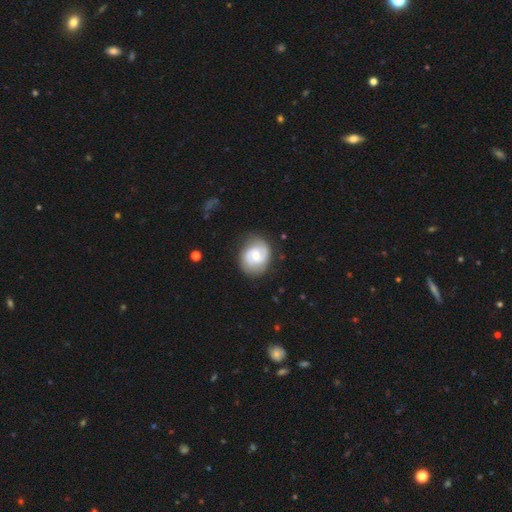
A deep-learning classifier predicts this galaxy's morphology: A featured or disk galaxy (71%) with a weak bar (48%), 2 (82%) medium (43%) spiral arms (90%) and a moderate central bulge (55%). Merging: none (77%).